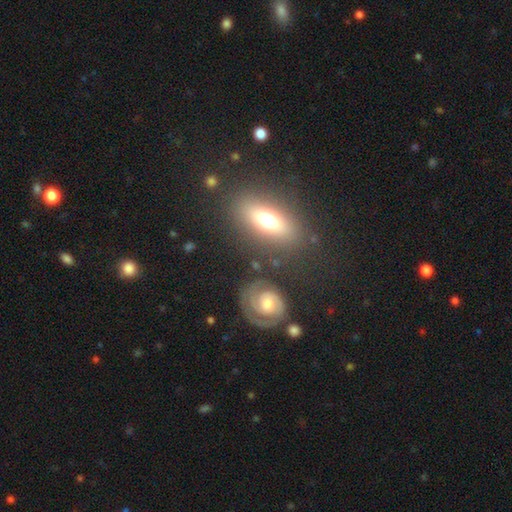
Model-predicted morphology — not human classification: smooth 49%, featured or disk 32%, star or artifact 19%. Down the decision tree: merging — none (75%).